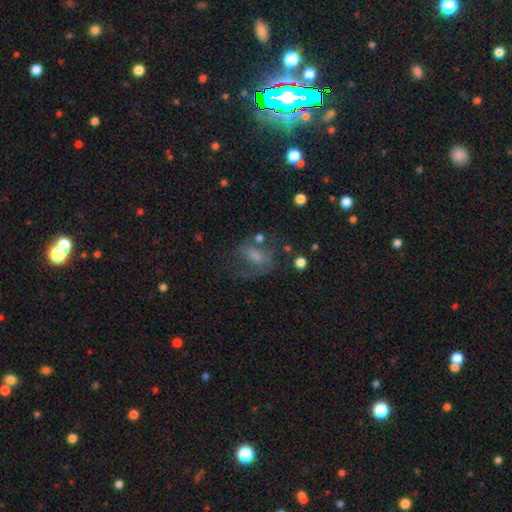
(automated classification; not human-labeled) Smooth or featured: featured or disk — 43% (smooth — 36%)
Merging: none — 47% (major disturbance — 27%)